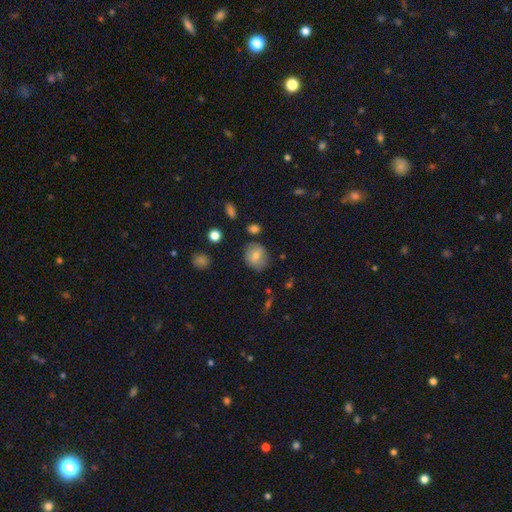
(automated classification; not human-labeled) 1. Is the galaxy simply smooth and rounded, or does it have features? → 74% smooth, 17% featured or disk, 9% star or artifact.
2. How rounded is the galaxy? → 73% round, 26% in between, 1% cigar-shaped.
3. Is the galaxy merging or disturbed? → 76% none, 16% minor disturbance, 4% major disturbance, 3% merger.